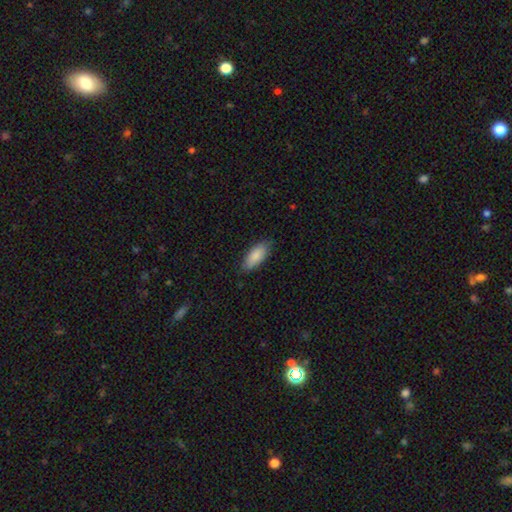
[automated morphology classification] This is clearly a smooth galaxy (86%). How rounded: clearly in between (82%). Merging: clearly none (82%).